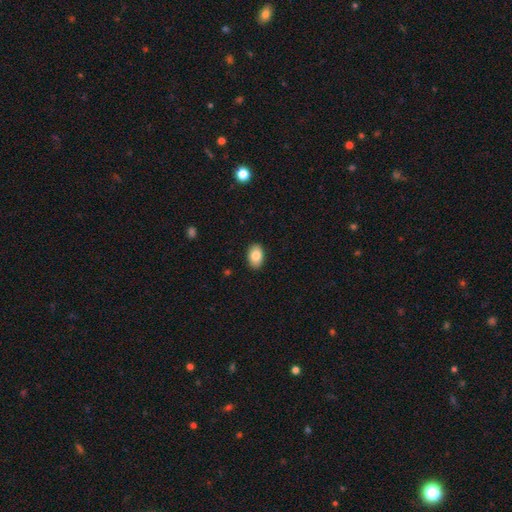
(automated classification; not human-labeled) Overall: smooth (84%). How rounded: in between (90%). Merging: none (90%).